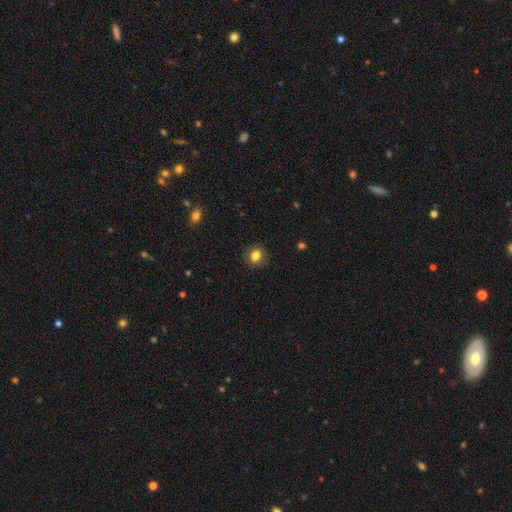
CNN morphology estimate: smooth 83%, star or artifact 10%, featured or disk 7%. Down the decision tree: how rounded — round (66%); merging — none (88%).